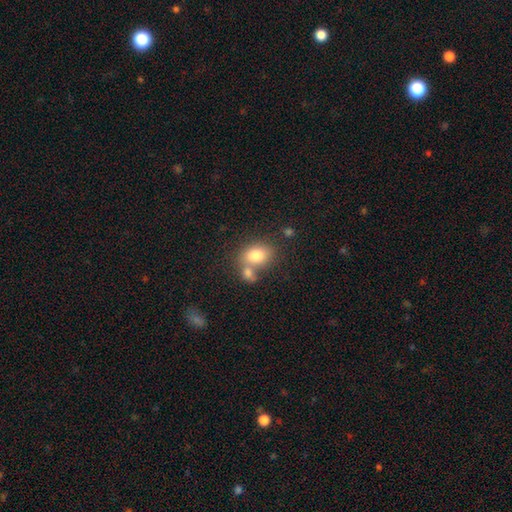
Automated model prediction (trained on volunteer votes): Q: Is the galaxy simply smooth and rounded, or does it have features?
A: smooth — 79%.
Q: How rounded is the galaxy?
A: in between — 71%.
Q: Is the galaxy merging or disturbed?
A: none — 46%.